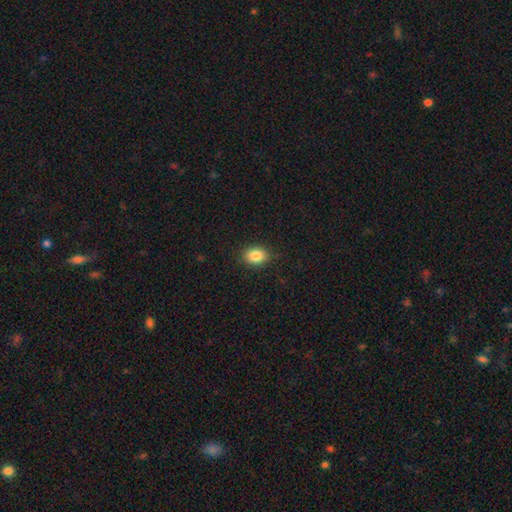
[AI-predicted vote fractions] smooth_or_featured: smooth (p=0.85) [alt: star or artifact p=0.09]
how_rounded: in between (p=0.68) [alt: round p=0.31]
merging: none (p=0.86) [alt: minor disturbance p=0.11]